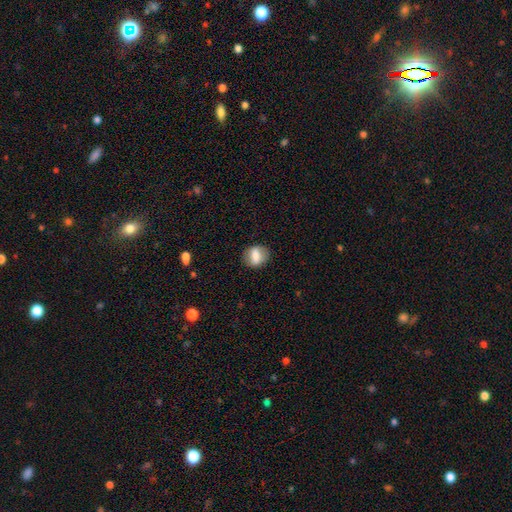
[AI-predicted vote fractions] Morphology: type=smooth (69%); roundness=in between (56%); merging=none (82%).